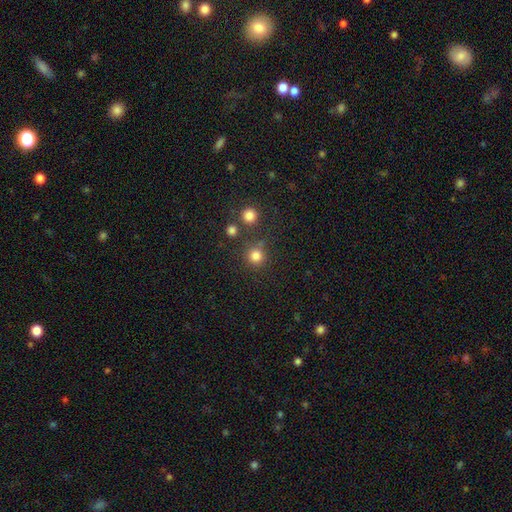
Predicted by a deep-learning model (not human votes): smooth_or_featured: smooth (p=0.81) [alt: star or artifact p=0.14]
how_rounded: round (p=0.93) [alt: in between p=0.06]
merging: none (p=0.78) [alt: merger p=0.09]